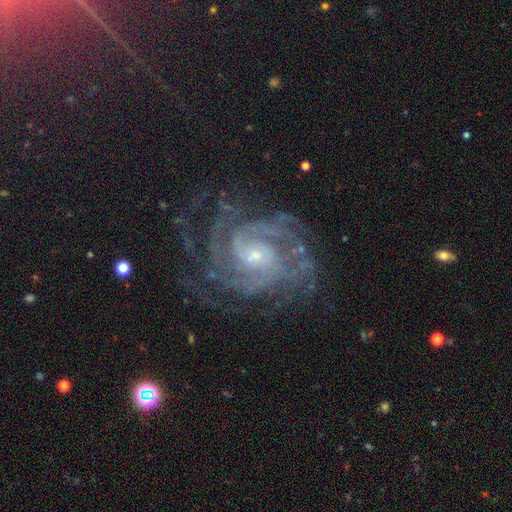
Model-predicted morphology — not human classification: Overall: featured or disk (89%). Edge-on disk: no (97%). Bar: no (61%; weak 31%). Spiral arms: yes (97%). Spiral arm count: can't tell (25%; 2 22%). Spiral winding: tight (63%; medium 31%). Bulge size: small (68%). Merging: none (68%).